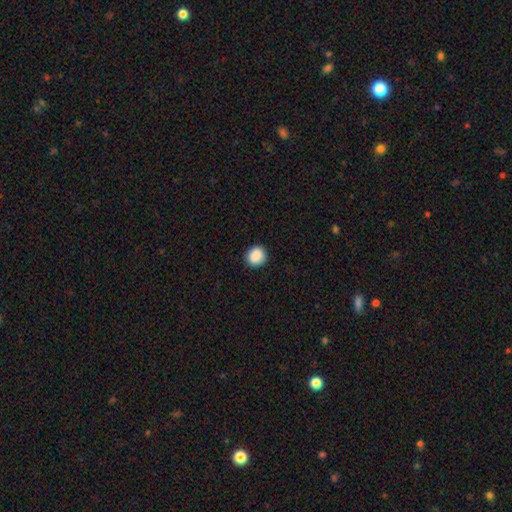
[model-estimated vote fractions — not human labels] Morphology: type=smooth (89%); roundness=round (86%); merging=none (91%).